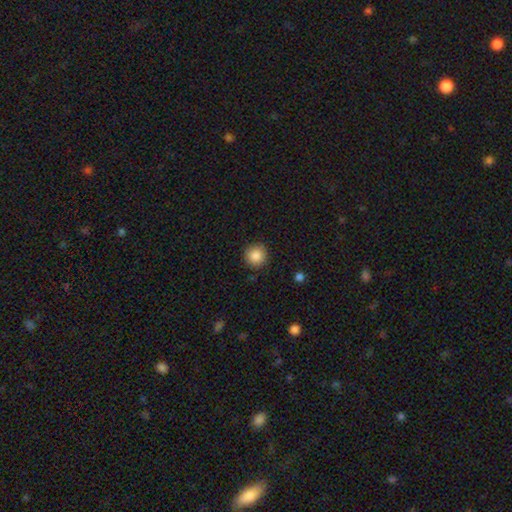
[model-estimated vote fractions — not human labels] This is clearly a smooth galaxy (87%). How rounded: clearly round (94%). Merging: clearly none (89%).